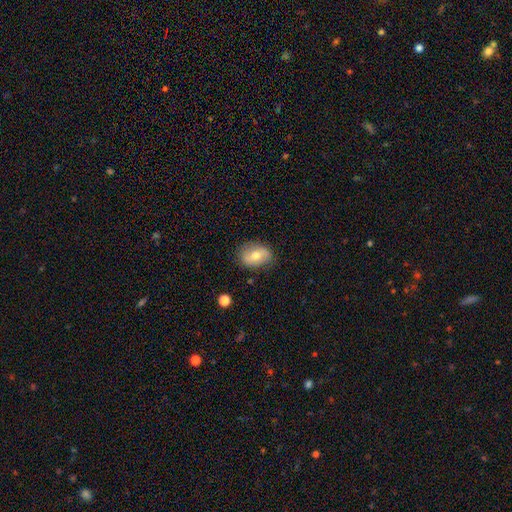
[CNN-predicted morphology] Smooth or featured? Predicted: smooth (p=0.61). How rounded? Predicted: in between (p=0.77). Merging? Predicted: none (p=0.81).